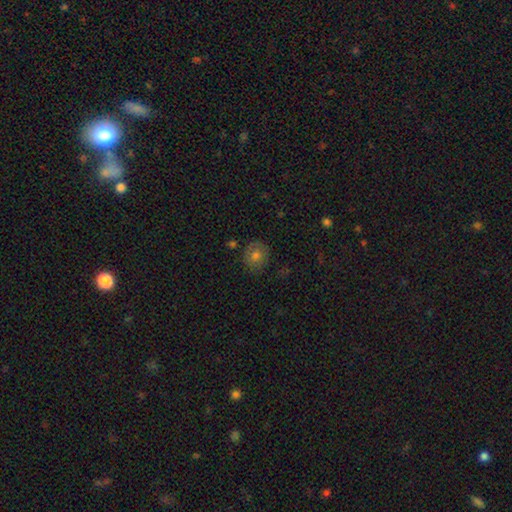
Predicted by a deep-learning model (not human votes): Q: Smooth or featured?
A: smooth (66%); runner-up: featured or disk (23%)
Q: How rounded?
A: round (78%); runner-up: in between (21%)
Q: Merging?
A: none (77%); runner-up: minor disturbance (16%)